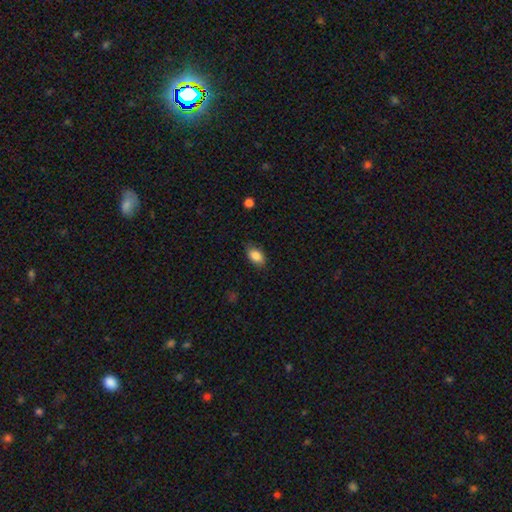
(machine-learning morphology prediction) A smooth galaxy with no disk features (86%) that is in between round and cigar-shaped (91%). Merging: none (80%).